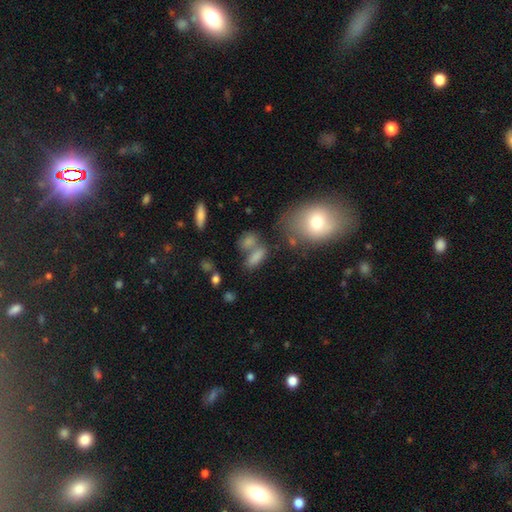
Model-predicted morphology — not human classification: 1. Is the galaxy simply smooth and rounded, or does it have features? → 77% smooth, 12% star or artifact, 11% featured or disk.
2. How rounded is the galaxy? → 70% in between, 20% cigar-shaped, 10% round.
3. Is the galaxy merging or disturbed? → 46% none, 34% merger, 13% minor disturbance, 7% major disturbance.